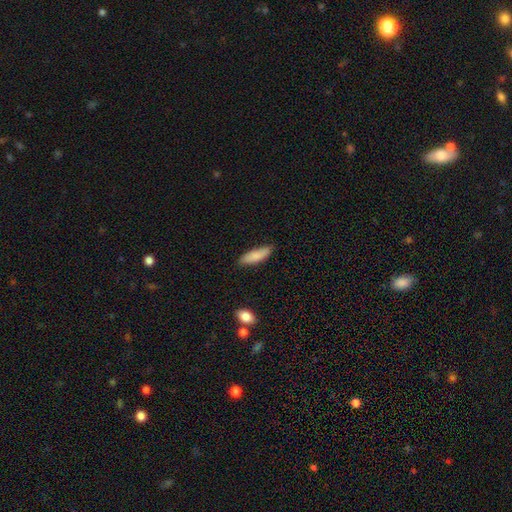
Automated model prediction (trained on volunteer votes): This appears to be a smooth galaxy with no disk features (84%) that is in between round and cigar-shaped (49%, tied with cigar-shaped). Merging: none (78%).